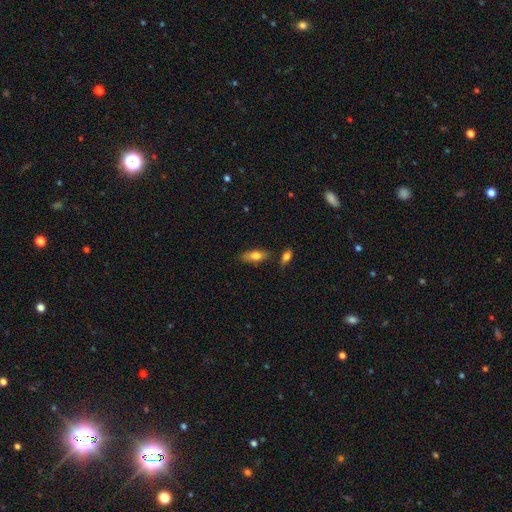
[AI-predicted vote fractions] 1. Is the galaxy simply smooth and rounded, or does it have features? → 75% smooth, 18% featured or disk, 7% star or artifact.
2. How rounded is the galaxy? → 77% in between, 20% cigar-shaped, 3% round.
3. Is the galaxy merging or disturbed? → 76% none, 14% minor disturbance, 7% merger, 3% major disturbance.